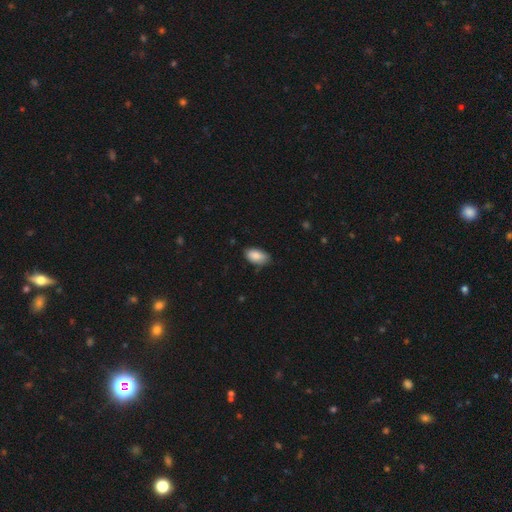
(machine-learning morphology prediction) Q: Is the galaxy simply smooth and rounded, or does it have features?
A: smooth — 87%.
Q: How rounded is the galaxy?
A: in between — 94%.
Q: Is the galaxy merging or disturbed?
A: none — 73%.